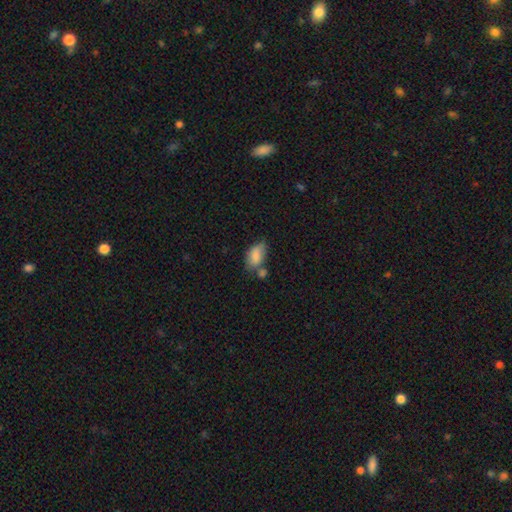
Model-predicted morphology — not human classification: smooth_or_featured: smooth (p=0.80) [alt: featured or disk p=0.12]
how_rounded: in between (p=0.89) [alt: round p=0.09]
merging: none (p=0.40) [alt: minor disturbance p=0.28]